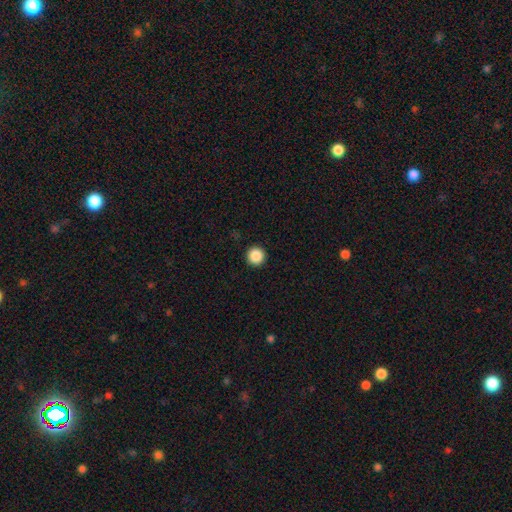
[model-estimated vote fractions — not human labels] The model was most divided on "smooth or featured": smooth: 87%, star or artifact: 10%, featured or disk: 3%. More confident: how rounded — round (96%); merging — none (94%).